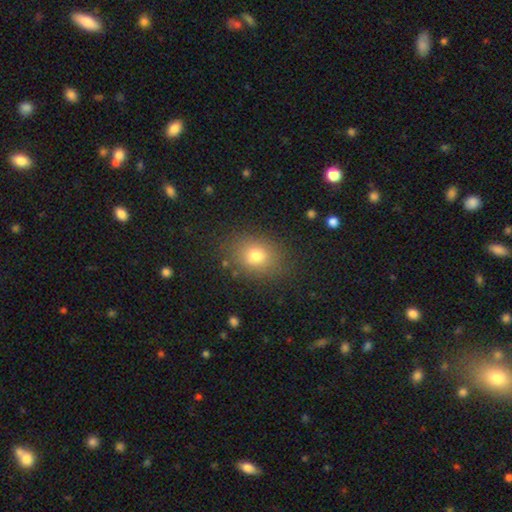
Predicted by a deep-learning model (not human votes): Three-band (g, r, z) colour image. It shows a smooth galaxy with no disk features (76%) that is in between round and cigar-shaped (56%). Merging: none (82%).